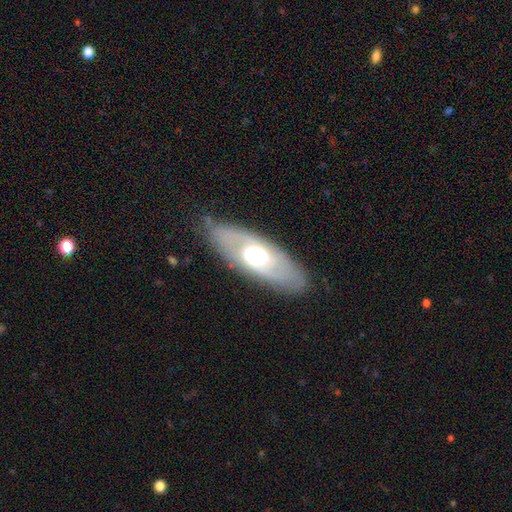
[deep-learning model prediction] This appears to be a featured or disk galaxy (63%) with no bar (69%), spiral arms (60%) and a moderate central bulge (64%). Merging: none (80%).